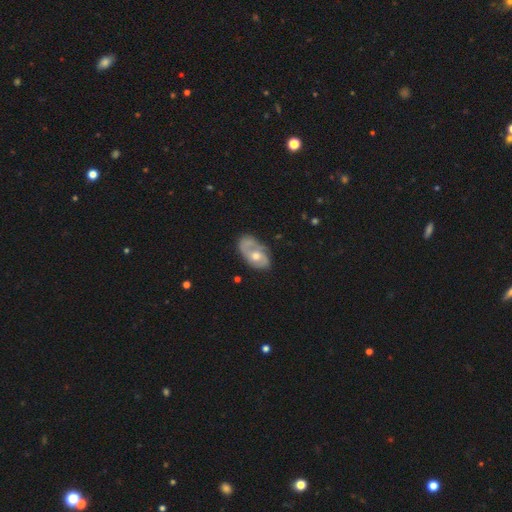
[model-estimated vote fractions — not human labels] This appears to be a featured or disk galaxy (68%) with no bar (72%), 2 (52%) medium (40%) spiral arms (80%) and a moderate central bulge (68%). Merging: none (56%).